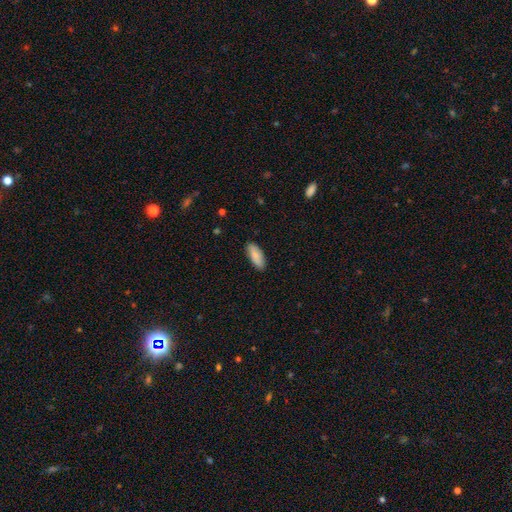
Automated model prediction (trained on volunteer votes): Smooth or featured? Predicted: smooth (p=0.86). How rounded? Predicted: in between (p=0.80). Merging? Predicted: none (p=0.88).